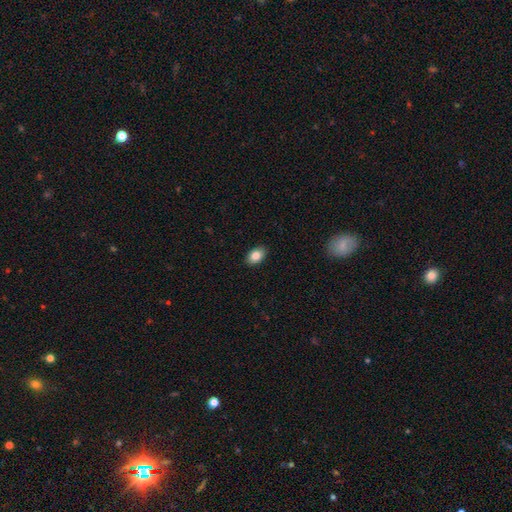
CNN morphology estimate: smooth_or_featured: smooth (p=0.84) [alt: star or artifact p=0.08]
how_rounded: in between (p=0.85) [alt: round p=0.13]
merging: none (p=0.90) [alt: minor disturbance p=0.08]